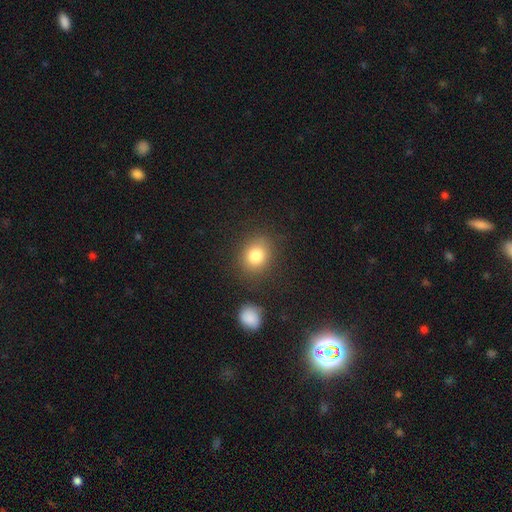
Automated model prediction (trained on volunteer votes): The model was most divided on "how rounded": round: 62%, in between: 37%, cigar-shaped: 1%. More confident: smooth or featured — smooth (82%); merging — none (81%).